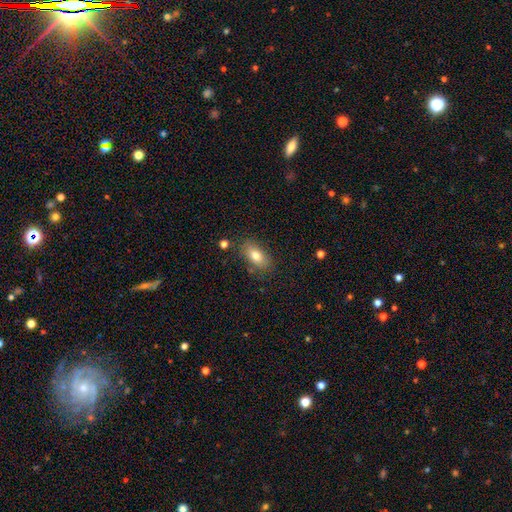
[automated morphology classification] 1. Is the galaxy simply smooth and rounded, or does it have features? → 79% smooth, 13% featured or disk, 8% star or artifact.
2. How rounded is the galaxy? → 87% in between, 7% cigar-shaped, 6% round.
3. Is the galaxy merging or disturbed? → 80% none, 14% minor disturbance, 3% major disturbance, 3% merger.